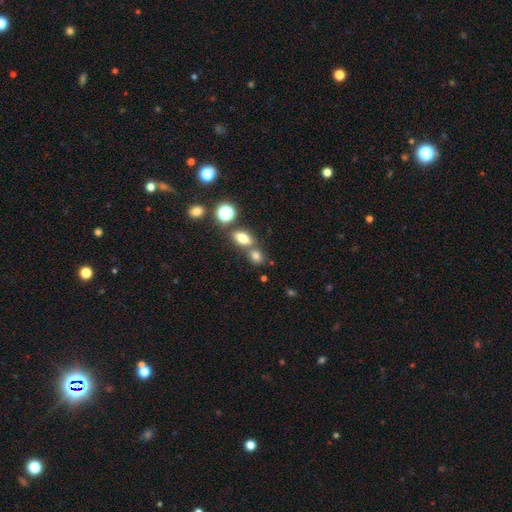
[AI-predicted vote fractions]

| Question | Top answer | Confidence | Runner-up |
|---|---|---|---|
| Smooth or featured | smooth | 74% | star or artifact (16%) |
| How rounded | in between | 60% | round (36%) |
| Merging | none | 52% | merger (34%) |